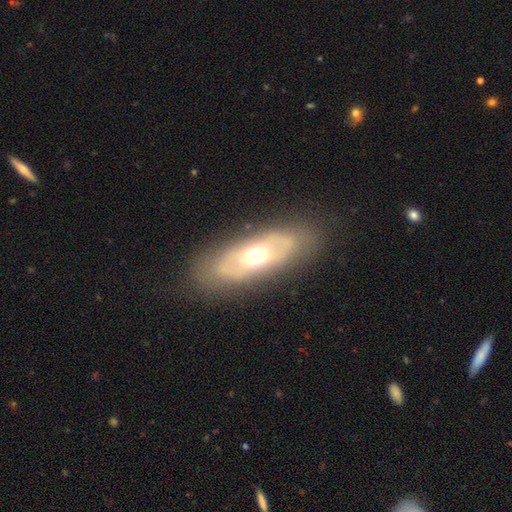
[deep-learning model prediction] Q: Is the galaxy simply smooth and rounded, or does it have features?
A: featured or disk — 52%.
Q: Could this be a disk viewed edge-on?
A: no — 77%.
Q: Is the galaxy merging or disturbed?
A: none — 80%.